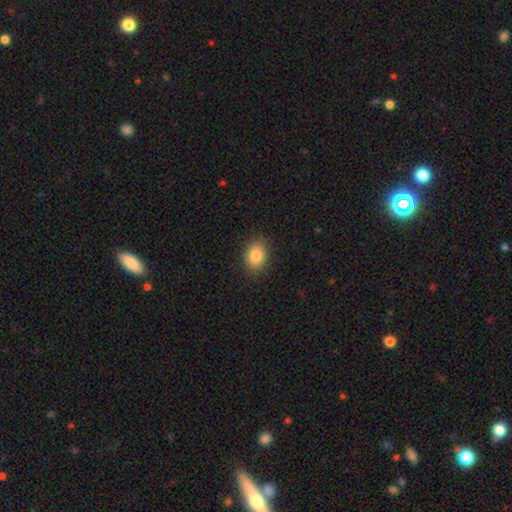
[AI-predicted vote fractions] smooth_or_featured: smooth (p=0.86) [alt: star or artifact p=0.08]
how_rounded: in between (p=0.73) [alt: round p=0.26]
merging: none (p=0.87) [alt: minor disturbance p=0.09]